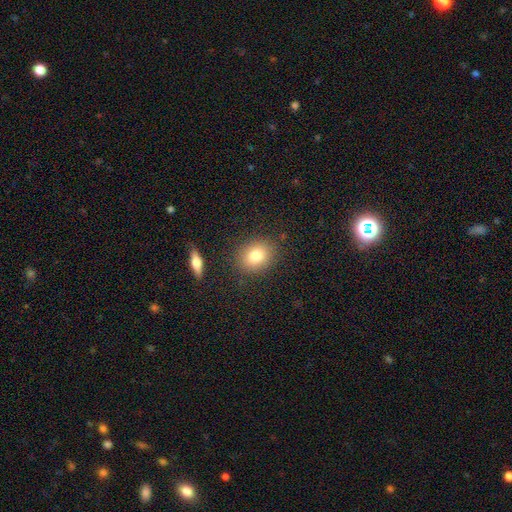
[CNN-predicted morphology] Smooth or featured? smooth (81%)
How rounded? round (52%)
Merging? none (85%)